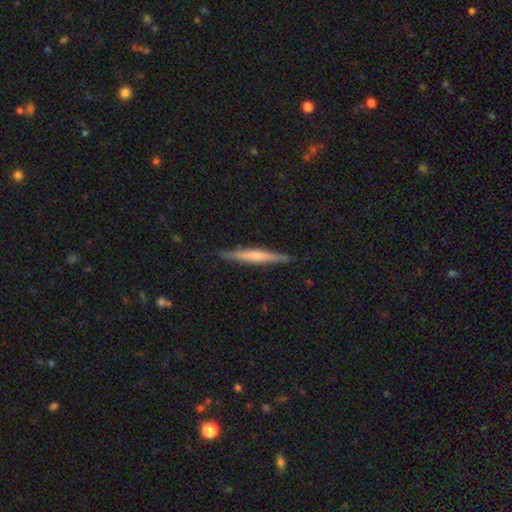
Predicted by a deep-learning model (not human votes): This appears to be a featured or disk galaxy (50%) viewed edge-on (97%). Merging: none (89%).